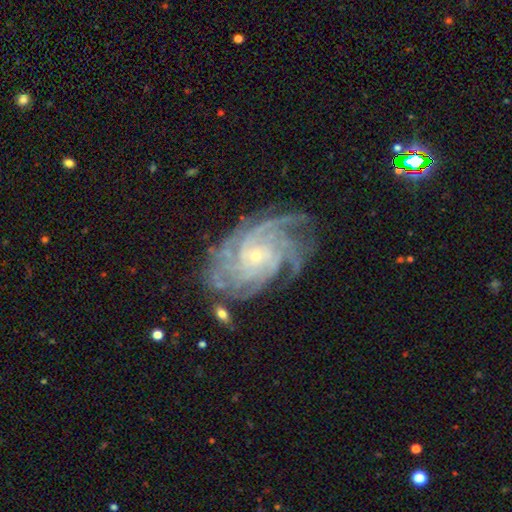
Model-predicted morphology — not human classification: Smooth or featured: featured or disk — 90% (star or artifact — 6%)
Edge-on disk: no — 97% (yes — 3%)
Bar: no — 73% (weak — 21%)
Spiral arms: yes — 98% (no — 2%)
Spiral winding: tight — 69% (medium — 26%)
Spiral arm count: more than 4 — 33% (4 — 28%)
Bulge size: small — 79% (moderate — 17%)
Merging: none — 73% (minor disturbance — 18%)